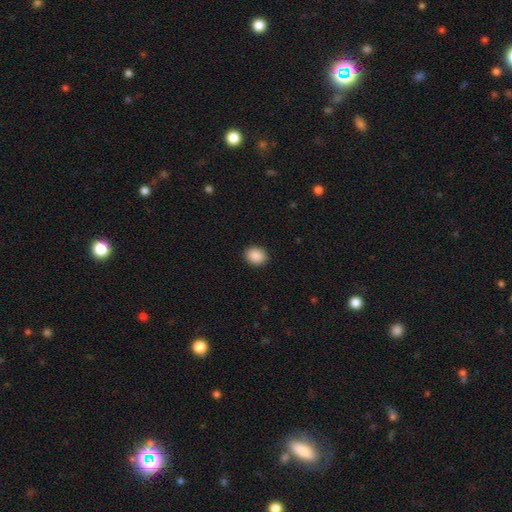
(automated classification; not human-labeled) Smooth or featured? smooth (90%)
How rounded? round (54%)
Merging? none (91%)